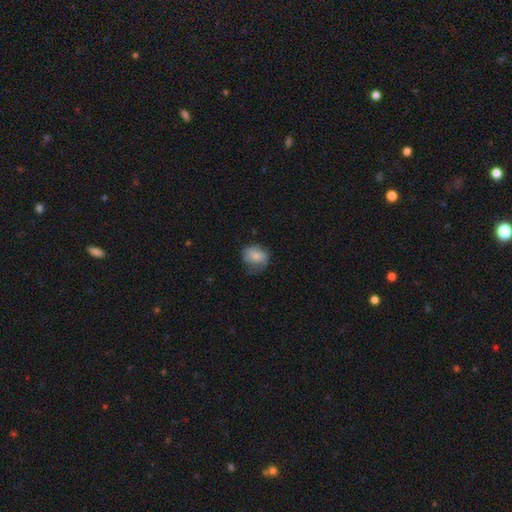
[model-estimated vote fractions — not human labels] smooth 70%, featured or disk 22%, star or artifact 8%. Down the decision tree: how rounded — round (56%); merging — none (47%).